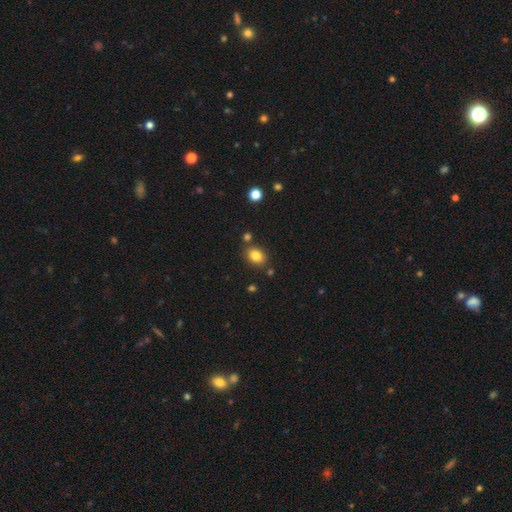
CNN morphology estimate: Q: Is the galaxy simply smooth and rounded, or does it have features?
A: smooth — 83%.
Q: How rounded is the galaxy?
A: in between — 66%.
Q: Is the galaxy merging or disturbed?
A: none — 79%.